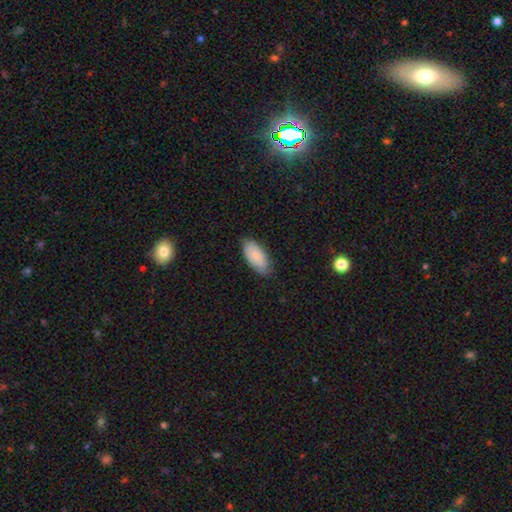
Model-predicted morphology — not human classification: Q: Smooth or featured?
A: smooth (78%); runner-up: featured or disk (16%)
Q: How rounded?
A: in between (93%); runner-up: cigar-shaped (5%)
Q: Merging?
A: none (75%); runner-up: minor disturbance (21%)